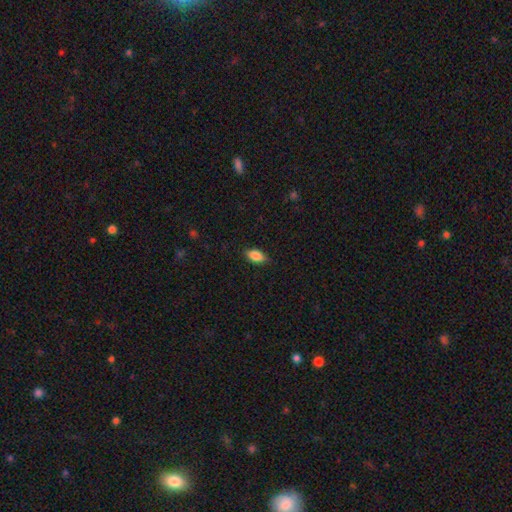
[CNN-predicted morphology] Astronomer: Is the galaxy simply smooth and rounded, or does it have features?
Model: smooth — 85%.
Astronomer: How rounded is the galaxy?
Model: in between — 89%.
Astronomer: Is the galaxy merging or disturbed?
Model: none — 83%.